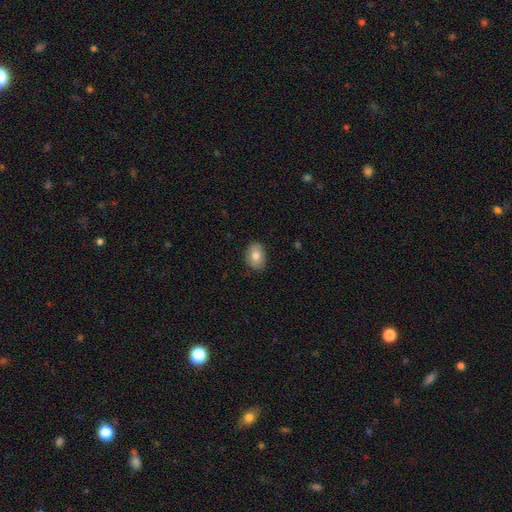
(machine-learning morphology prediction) A smooth galaxy with no disk features (80%) that is in between round and cigar-shaped (71%).

Vote fractions:
- Smooth or featured? smooth: 80% / featured or disk: 12% / star or artifact: 8%
- How rounded? in between: 71% / round: 28% / cigar-shaped: 1%
- Merging? none: 87% / minor disturbance: 10% / major disturbance: 2% / merger: 1%